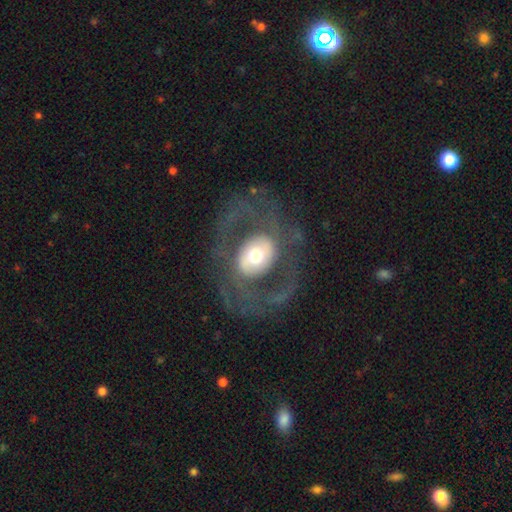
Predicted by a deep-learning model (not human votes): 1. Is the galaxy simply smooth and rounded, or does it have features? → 74% featured or disk, 19% smooth, 7% star or artifact.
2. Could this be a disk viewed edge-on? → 95% no, 5% yes.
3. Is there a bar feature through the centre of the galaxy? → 61% no, 23% weak, 16% strong.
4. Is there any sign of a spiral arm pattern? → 70% yes, 30% no.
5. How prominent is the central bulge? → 57% moderate, 26% large, 10% small, 6% dominant, 1% none.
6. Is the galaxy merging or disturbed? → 67% none, 20% major disturbance, 12% minor disturbance, 2% merger.